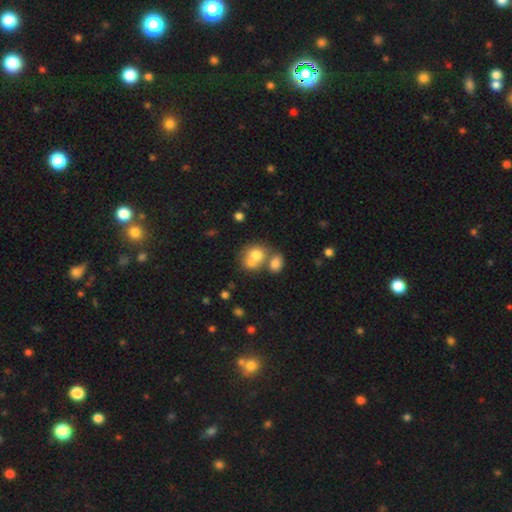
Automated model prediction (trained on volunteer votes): A smooth galaxy with no disk features (70%) that is round (64%).

Vote fractions:
- Smooth or featured? smooth: 70% / featured or disk: 19% / star or artifact: 12%
- How rounded? round: 64% / in between: 35% / cigar-shaped: 1%
- Merging? merger: 57% / none: 30% / minor disturbance: 8% / major disturbance: 5%